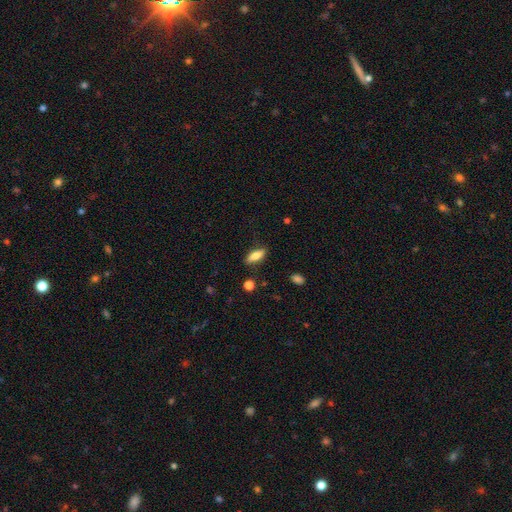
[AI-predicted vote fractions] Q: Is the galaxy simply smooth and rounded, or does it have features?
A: smooth — 77%.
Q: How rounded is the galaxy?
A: in between — 61%.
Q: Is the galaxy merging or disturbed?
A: none — 82%.